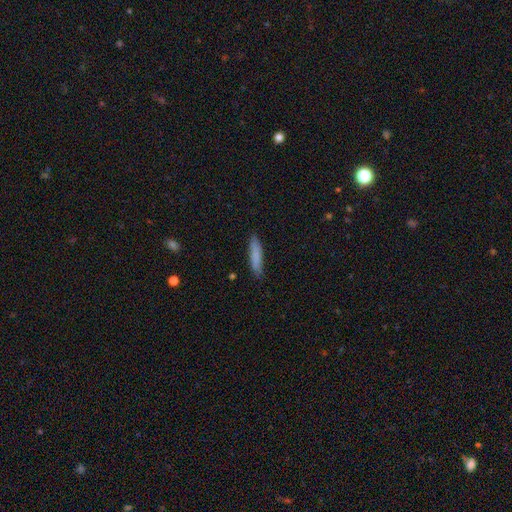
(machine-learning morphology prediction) smooth_or_featured: smooth (p=0.83) [alt: featured or disk p=0.11]
how_rounded: cigar-shaped (p=0.85) [alt: in between p=0.14]
merging: none (p=0.86) [alt: minor disturbance p=0.11]